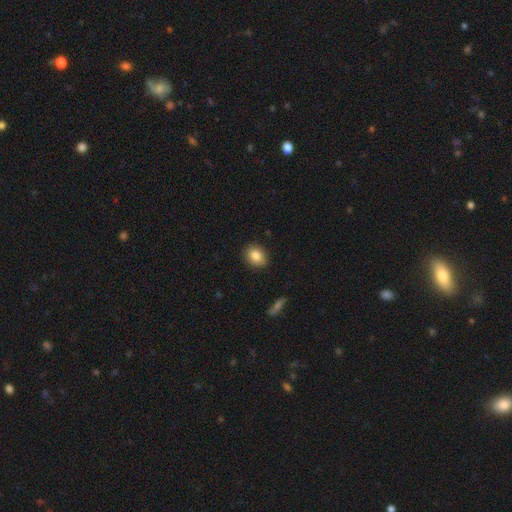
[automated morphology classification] The model was most divided on "how rounded": in between: 56%, round: 43%, cigar-shaped: 1%. More confident: merging — none (88%); smooth or featured — smooth (84%).